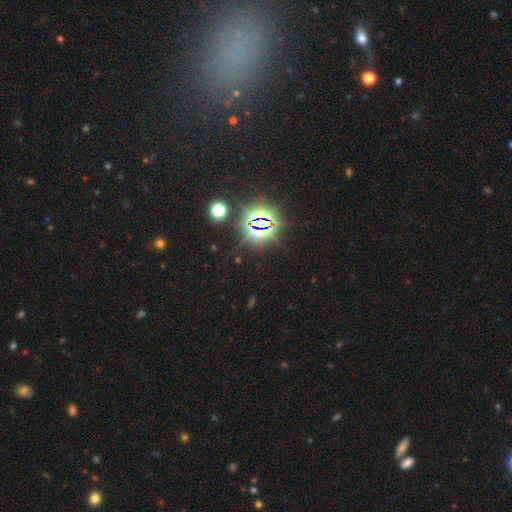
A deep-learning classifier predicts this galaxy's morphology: Q: Smooth or featured?
A: star or artifact (73%); runner-up: smooth (19%)